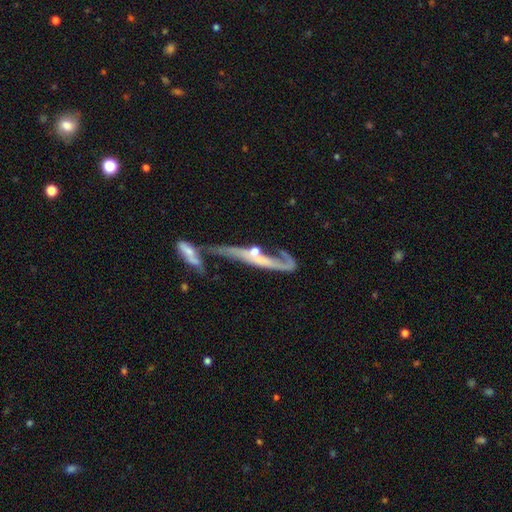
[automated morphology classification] smooth-or-featured: featured or disk: 69% | smooth: 23% | star or artifact: 8%
  disk-edge-on: no: 55% | yes: 45%
  merging: merger: 43% | major disturbance: 24% | none: 21% | minor disturbance: 12%